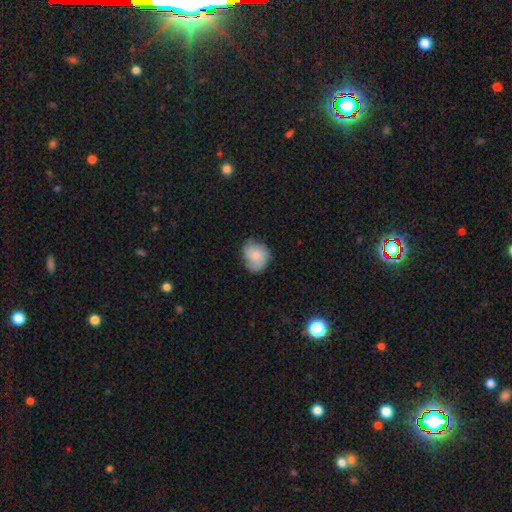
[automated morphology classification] A smooth galaxy with no disk features (72%) that is round (56%).

Vote fractions:
- Smooth or featured? smooth: 72% / featured or disk: 20% / star or artifact: 8%
- How rounded? round: 56% / in between: 43% / cigar-shaped: 1%
- Merging? none: 61% / minor disturbance: 29% / major disturbance: 8% / merger: 1%